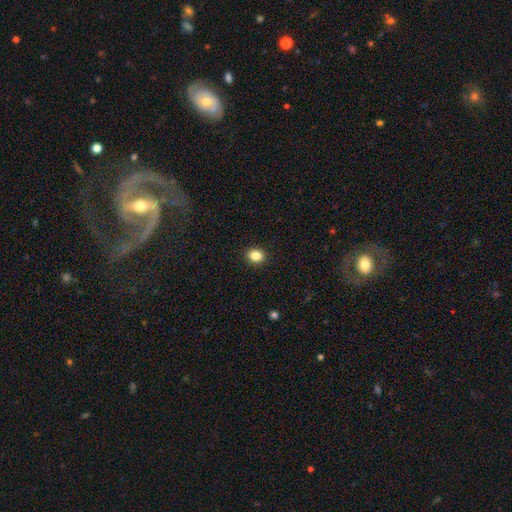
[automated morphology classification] smooth-or-featured: smooth: 85% | star or artifact: 11% | featured or disk: 5%
  how-rounded: round: 58% | in between: 41% | cigar-shaped: 1%
  merging: none: 92% | minor disturbance: 6% | major disturbance: 2% | merger: 1%